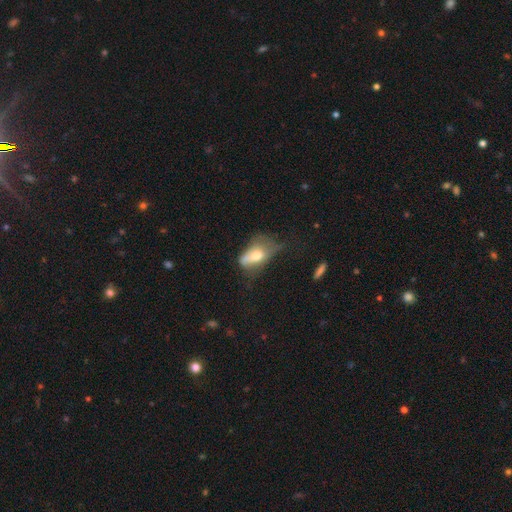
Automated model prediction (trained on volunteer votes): A smooth galaxy with no disk features (59%) that is in between round and cigar-shaped (85%).

Vote fractions:
- Smooth or featured? smooth: 59% / featured or disk: 32% / star or artifact: 9%
- How rounded? in between: 85% / round: 8% / cigar-shaped: 6%
- Merging? major disturbance: 41% / minor disturbance: 30% / none: 23% / merger: 6%